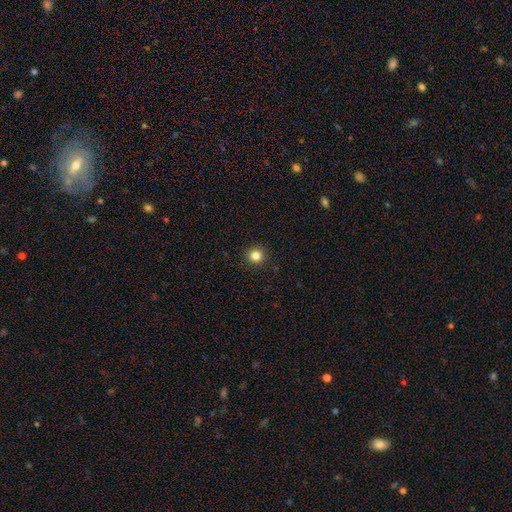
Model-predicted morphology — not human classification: type=smooth (83%); roundness=round (92%); merging=none (92%).